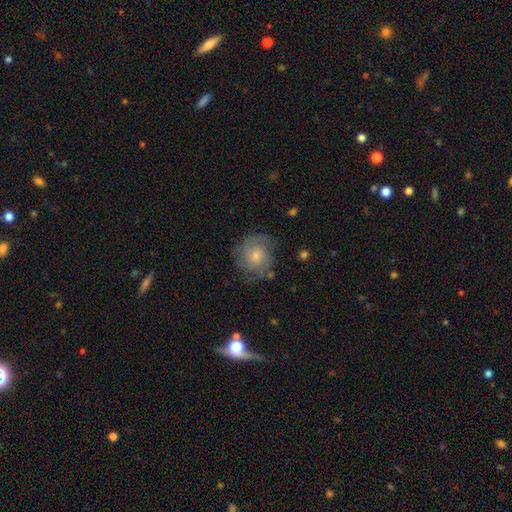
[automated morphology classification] Overall: featured or disk (61%; smooth 26%). Edge-on disk: no (96%). Bar: no (79%). Spiral arms: yes (87%). Spiral arm count: can't tell (39%; 2 26%). Spiral winding: tight (53%; medium 34%). Bulge size: small (49%; moderate 43%). Merging: none (73%).